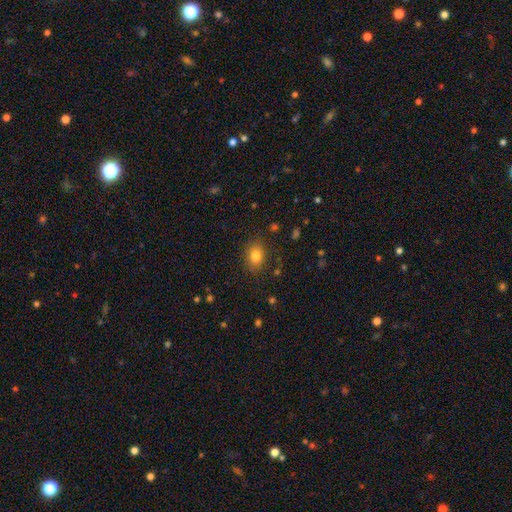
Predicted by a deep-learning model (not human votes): smooth 81%, star or artifact 11%, featured or disk 8%. Down the decision tree: how rounded — in between (62%); merging — none (85%).